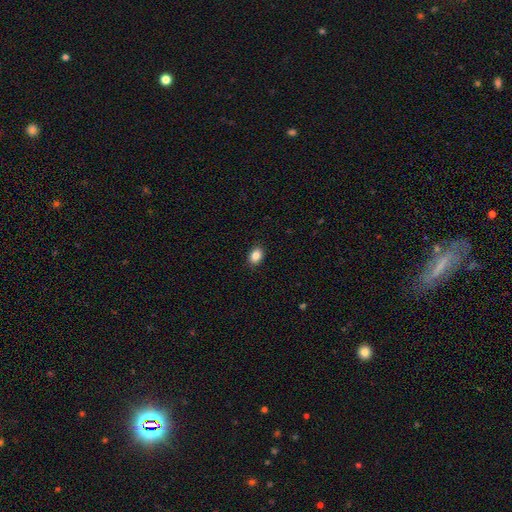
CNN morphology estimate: A smooth galaxy with no disk features (86%) that is in between round and cigar-shaped (73%). Merging: none (90%).